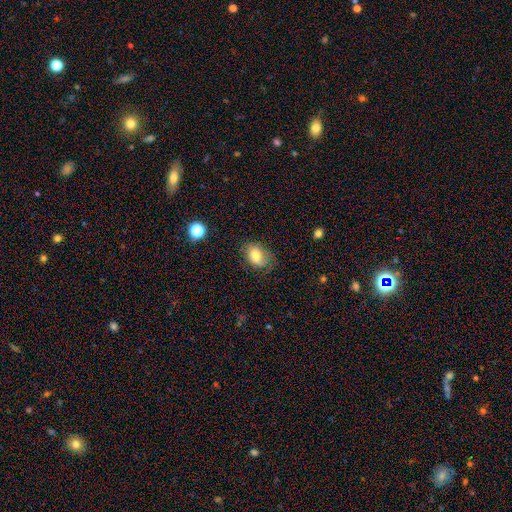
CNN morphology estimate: type=smooth (72%); roundness=in between (75%); merging=none (67%).